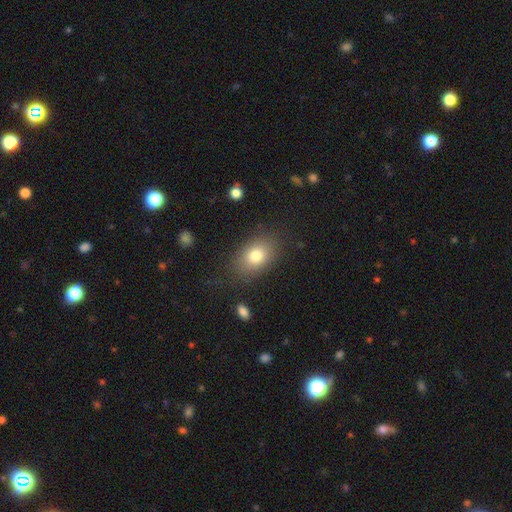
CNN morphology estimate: Overall: smooth (78%). How rounded: in between (78%). Merging: none (81%).